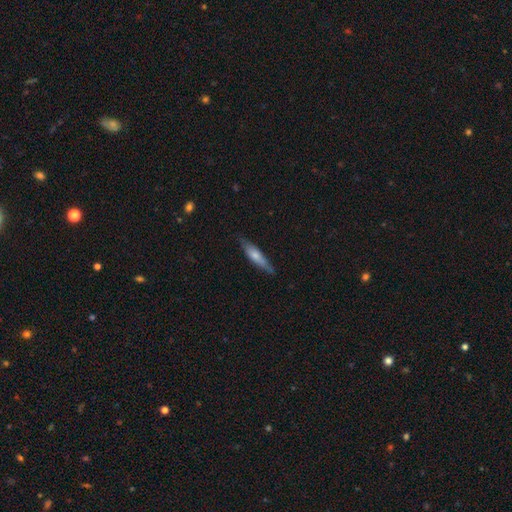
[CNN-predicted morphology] Overall: smooth (61%; featured or disk 34%). How rounded: cigar-shaped (78%). Merging: none (77%).